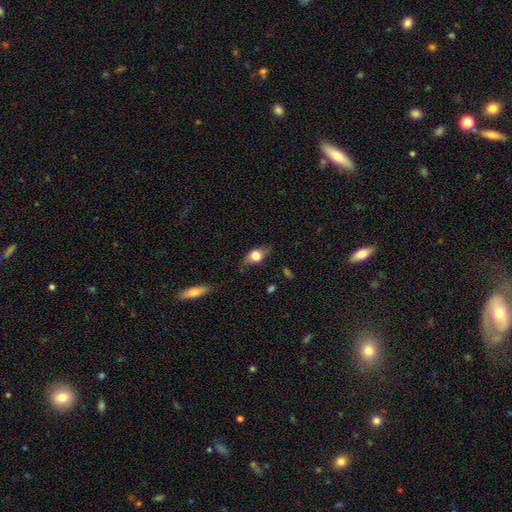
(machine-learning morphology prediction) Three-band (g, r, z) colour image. It shows a smooth galaxy with no disk features (66%) that is in between round and cigar-shaped (75%). Merging: none (69%).